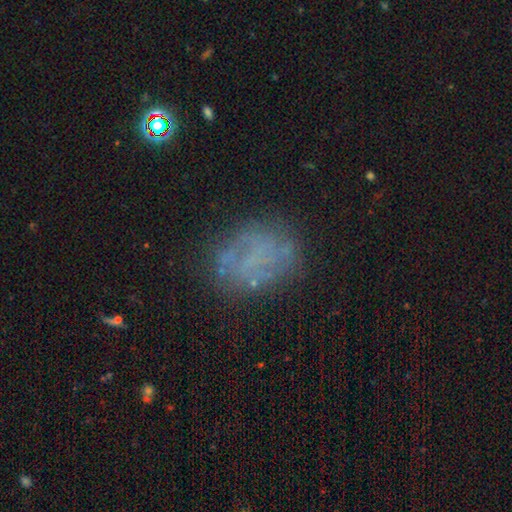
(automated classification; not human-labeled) Smooth or featured?
  - smooth: 39% *
  - featured or disk: 38%
  - star or artifact: 23%
Merging?
  - none: 70% *
  - minor disturbance: 16%
  - major disturbance: 11%
  - merger: 3%